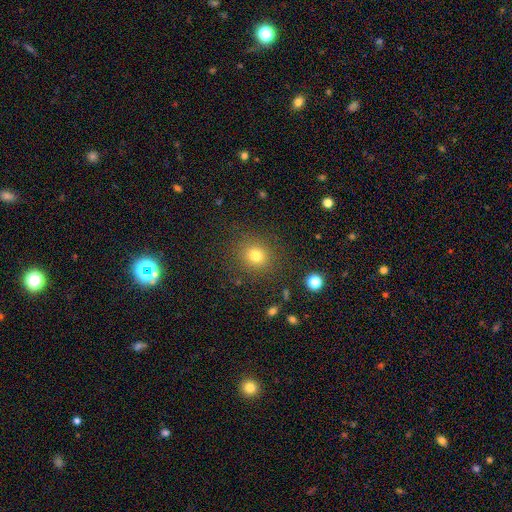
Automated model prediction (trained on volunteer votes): This is likely a smooth galaxy (77%). How rounded: clearly round (80%). Merging: clearly none (86%).